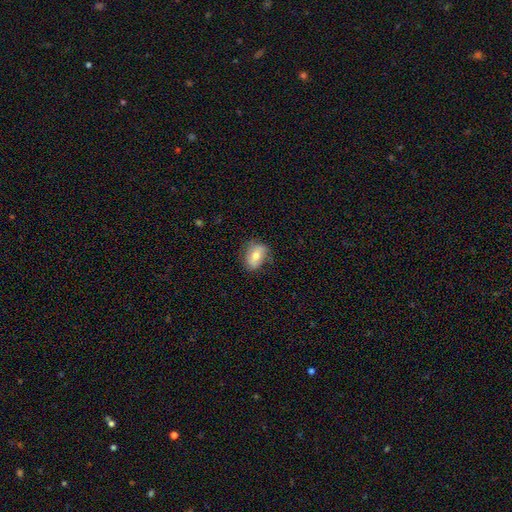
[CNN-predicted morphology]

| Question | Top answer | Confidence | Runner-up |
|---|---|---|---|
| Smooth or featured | smooth | 62% | featured or disk (30%) |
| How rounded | in between | 74% | round (24%) |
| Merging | none | 69% | minor disturbance (23%) |